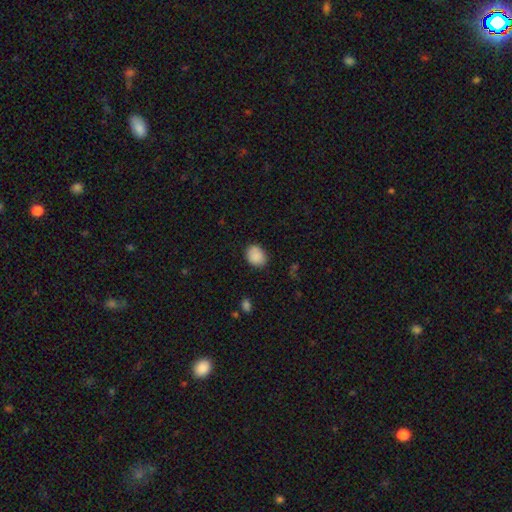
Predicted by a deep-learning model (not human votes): A smooth galaxy with no disk features (88%) that is in between round and cigar-shaped (54%).

Vote fractions:
- Smooth or featured? smooth: 88% / star or artifact: 8% / featured or disk: 4%
- How rounded? in between: 54% / round: 45% / cigar-shaped: 1%
- Merging? none: 81% / minor disturbance: 14% / major disturbance: 3% / merger: 2%